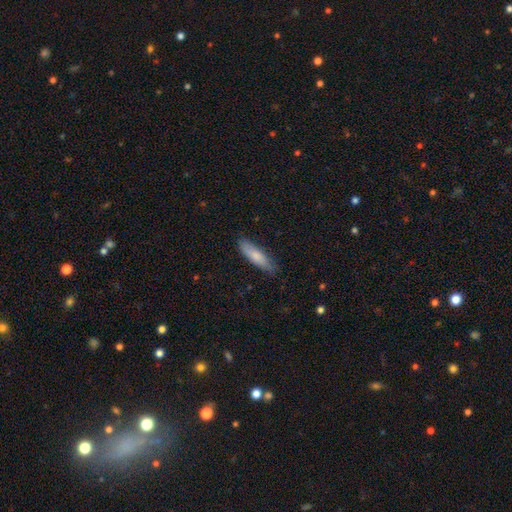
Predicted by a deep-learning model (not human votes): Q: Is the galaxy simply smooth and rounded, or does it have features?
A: smooth — 79%.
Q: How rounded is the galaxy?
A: cigar-shaped — 65%.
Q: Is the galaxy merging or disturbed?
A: none — 82%.